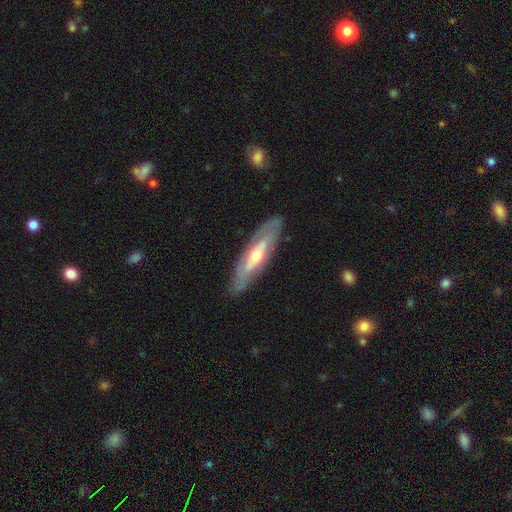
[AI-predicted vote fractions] smooth-or-featured: featured or disk: 68% | smooth: 27% | star or artifact: 5%
  disk-edge-on: no: 57% | yes: 43%
  merging: none: 82% | minor disturbance: 13% | major disturbance: 3% | merger: 1%